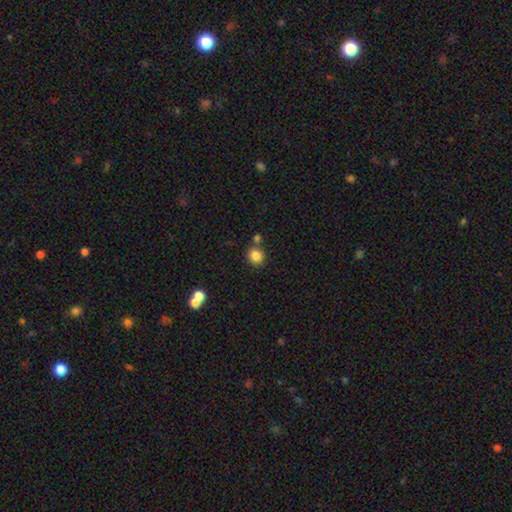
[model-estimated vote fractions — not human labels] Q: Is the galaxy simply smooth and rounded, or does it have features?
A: smooth — 85%.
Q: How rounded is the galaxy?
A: round — 84%.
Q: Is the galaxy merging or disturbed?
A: none — 73%.